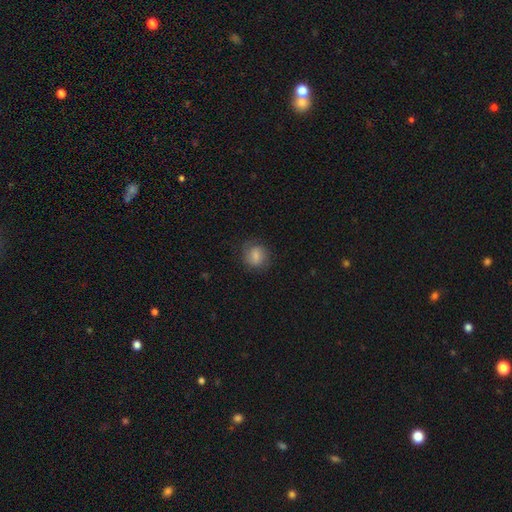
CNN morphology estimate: This appears to be a smooth galaxy with no disk features (69%) that is round (73%). Merging: none (75%).